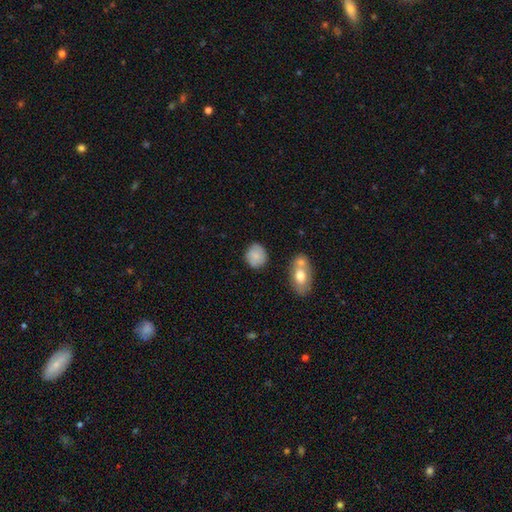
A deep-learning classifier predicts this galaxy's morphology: Overall: smooth (79%). How rounded: round (79%). Merging: none (75%).